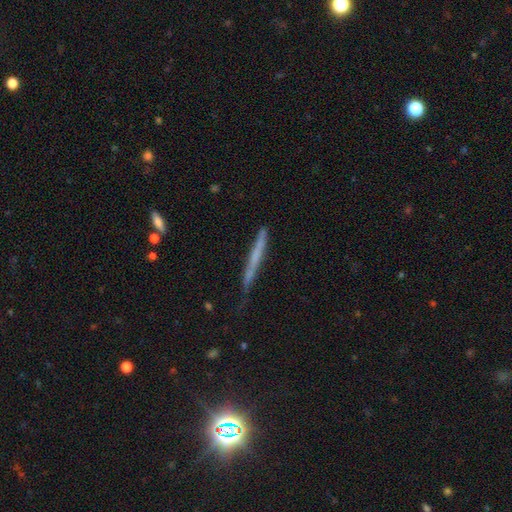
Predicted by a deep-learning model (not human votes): Smooth or featured: smooth — 49% (featured or disk — 41%)
Merging: none — 70% (minor disturbance — 23%)